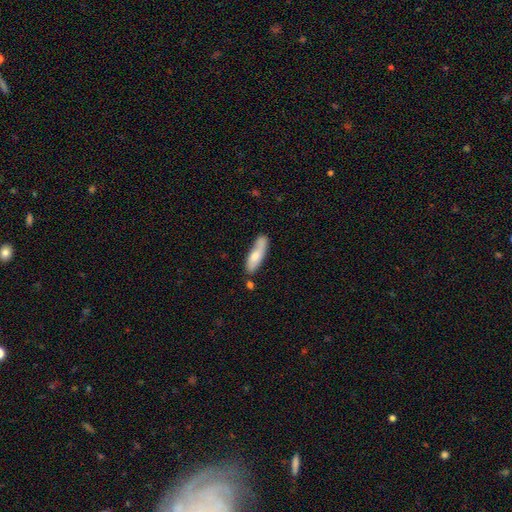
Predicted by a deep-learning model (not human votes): smooth 72%, featured or disk 23%, star or artifact 5%. Down the decision tree: how rounded — cigar-shaped (60%); merging — none (63%).